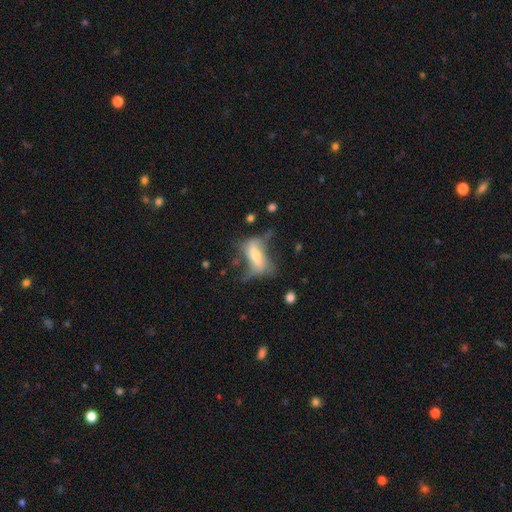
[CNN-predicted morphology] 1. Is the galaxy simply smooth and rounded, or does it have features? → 55% featured or disk, 36% smooth, 9% star or artifact.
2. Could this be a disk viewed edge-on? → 74% no, 26% yes.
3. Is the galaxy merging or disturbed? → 36% none, 33% major disturbance, 26% minor disturbance, 5% merger.